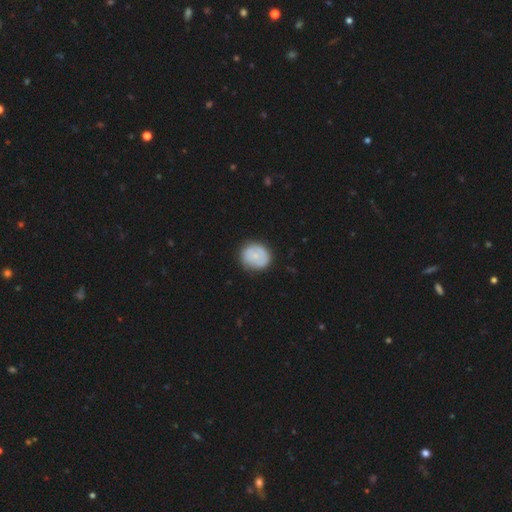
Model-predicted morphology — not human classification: Q: Smooth or featured?
A: smooth (66%); runner-up: featured or disk (28%)
Q: How rounded?
A: round (81%); runner-up: in between (18%)
Q: Merging?
A: none (77%); runner-up: minor disturbance (16%)